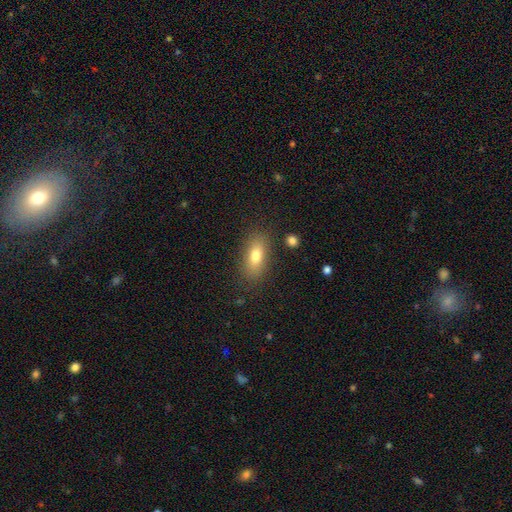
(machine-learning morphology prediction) This is likely a smooth galaxy (77%). How rounded: clearly in between (84%). Merging: clearly none (84%).